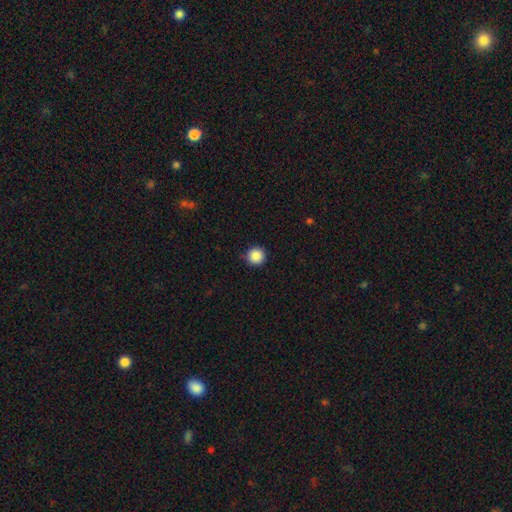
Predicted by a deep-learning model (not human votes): Smooth or featured? Predicted: smooth (p=0.87). How rounded? Predicted: round (p=0.95). Merging? Predicted: none (p=0.87).